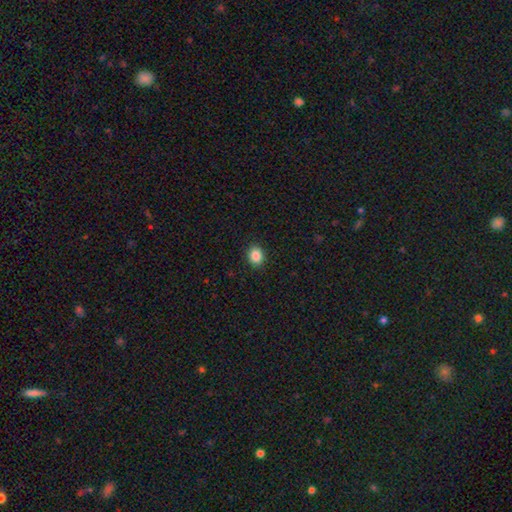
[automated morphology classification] Smooth or featured? Predicted: smooth (p=0.87). How rounded? Predicted: round (p=0.58). Merging? Predicted: none (p=0.91).